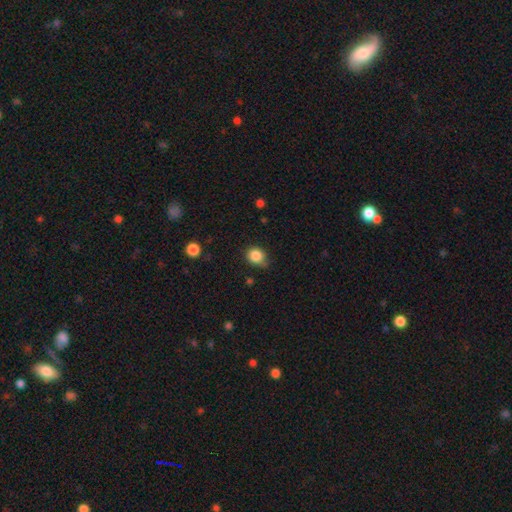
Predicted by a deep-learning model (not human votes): Smooth or featured: smooth — 85% (star or artifact — 10%)
How rounded: round — 74% (in between — 25%)
Merging: none — 71% (minor disturbance — 22%)